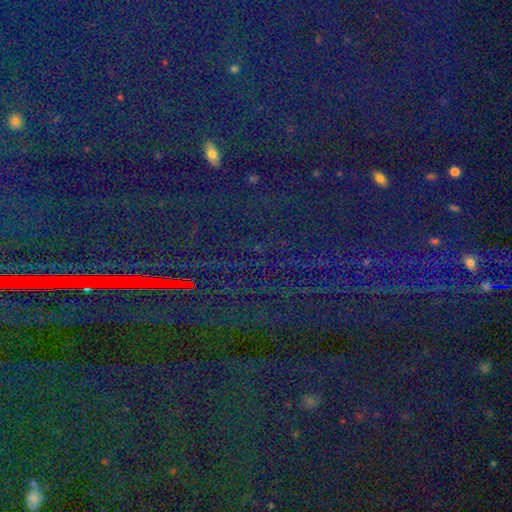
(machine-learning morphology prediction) smooth-or-featured: star or artifact: 86% | smooth: 7% | featured or disk: 7%